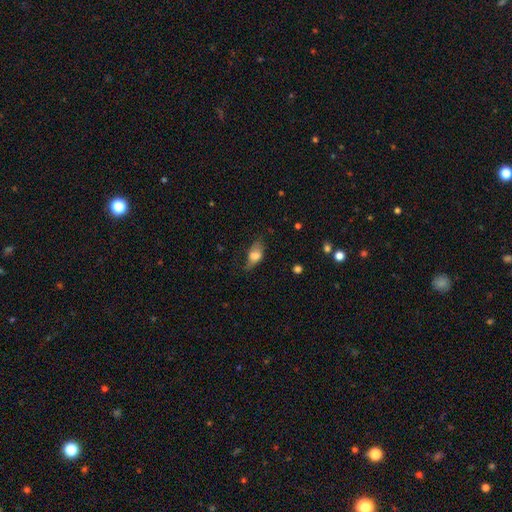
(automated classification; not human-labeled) This is likely a smooth galaxy (72%). How rounded: clearly in between (85%). Merging: possibly none (54%).